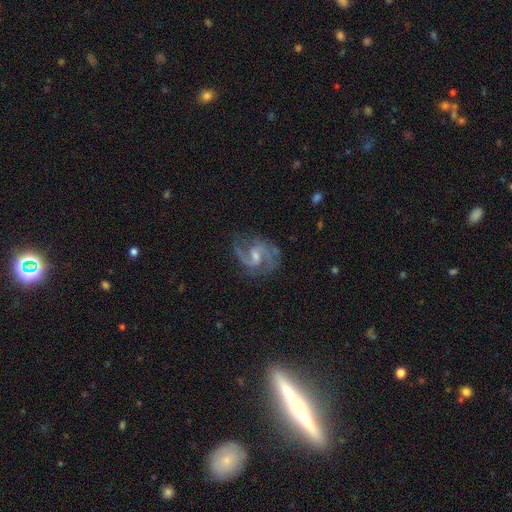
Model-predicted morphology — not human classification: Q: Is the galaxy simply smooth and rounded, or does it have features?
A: featured or disk — 88%.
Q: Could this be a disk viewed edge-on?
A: no — 98%.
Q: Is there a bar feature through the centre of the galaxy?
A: weak — 57%.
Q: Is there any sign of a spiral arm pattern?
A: yes — 97%.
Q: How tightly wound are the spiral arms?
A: medium — 57%.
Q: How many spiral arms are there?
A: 2 — 86%.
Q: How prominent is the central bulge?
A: small — 51%.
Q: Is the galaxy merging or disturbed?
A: none — 70%.